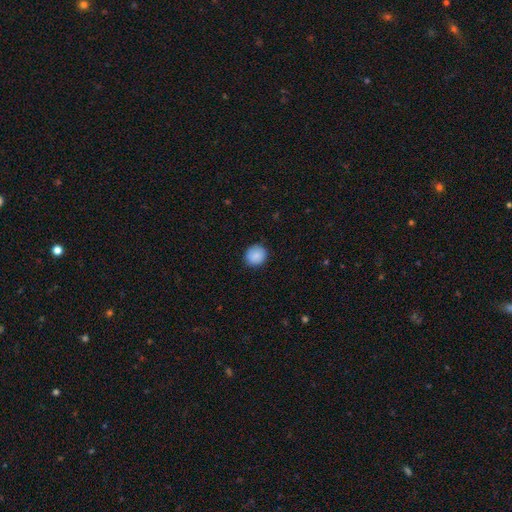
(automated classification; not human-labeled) Overall: smooth (87%). How rounded: round (88%). Merging: none (87%).